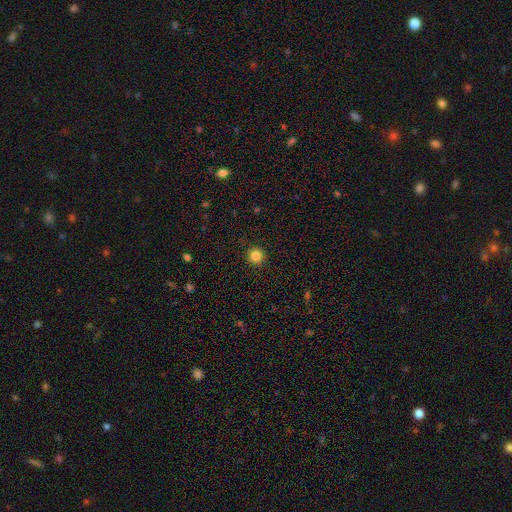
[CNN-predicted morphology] type=smooth (84%); roundness=round (95%); merging=none (93%).